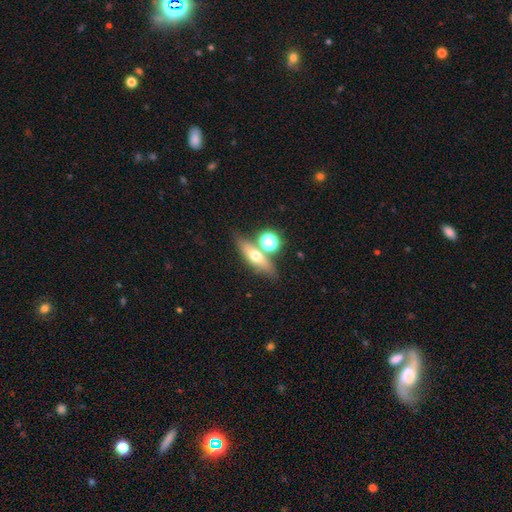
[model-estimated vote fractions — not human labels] A smooth galaxy with no disk features (51%) that is cigar-shaped (44%).

Vote fractions:
- Smooth or featured? smooth: 51% / featured or disk: 38% / star or artifact: 11%
- How rounded? cigar-shaped: 44% / in between: 41% / round: 15%
- Merging? none: 65% / merger: 20% / minor disturbance: 11% / major disturbance: 4%